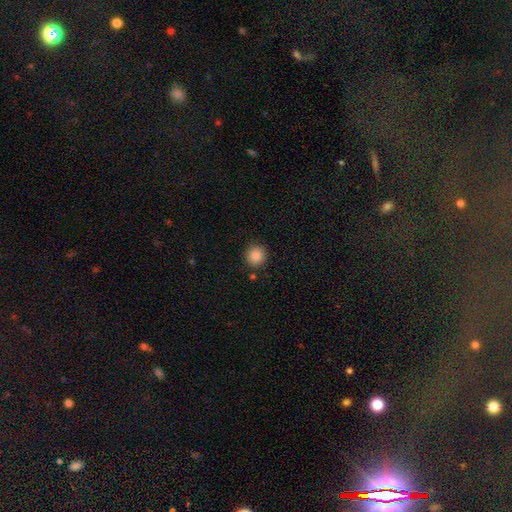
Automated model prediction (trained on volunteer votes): Morphology: type=smooth (88%); roundness=round (91%); merging=none (89%).